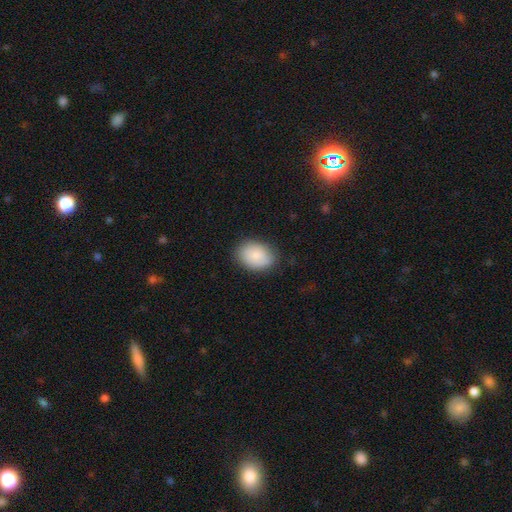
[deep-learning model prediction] Morphology: type=smooth (84%); roundness=in between (75%); merging=none (82%).